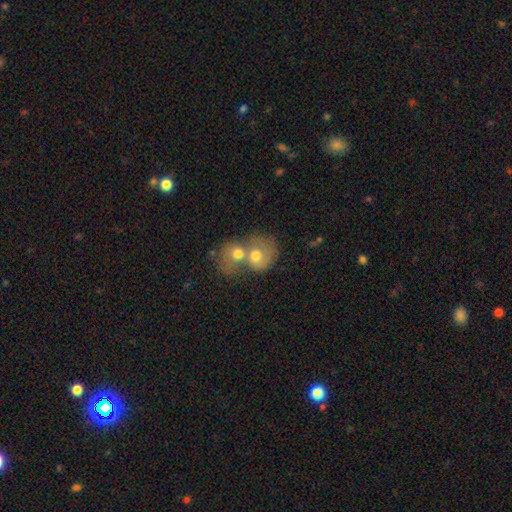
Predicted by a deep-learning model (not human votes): smooth-or-featured: smooth: 60% | featured or disk: 30% | star or artifact: 9%
  how-rounded: round: 65% | in between: 34% | cigar-shaped: 1%
  merging: merger: 78% | none: 12% | minor disturbance: 5% | major disturbance: 4%